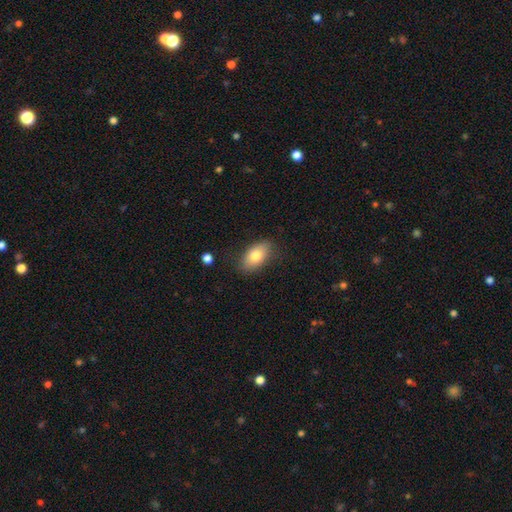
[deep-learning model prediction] Q: Smooth or featured?
A: smooth (77%); runner-up: featured or disk (15%)
Q: How rounded?
A: in between (91%); runner-up: round (7%)
Q: Merging?
A: none (80%); runner-up: minor disturbance (15%)